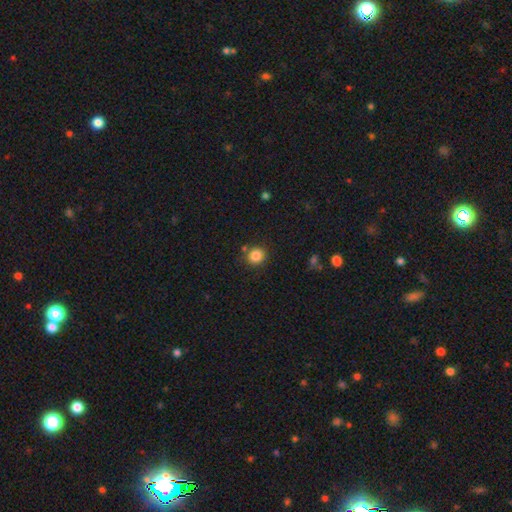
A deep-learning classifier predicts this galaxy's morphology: A smooth galaxy with no disk features (84%) that is round (81%).

Vote fractions:
- Smooth or featured? smooth: 84% / star or artifact: 11% / featured or disk: 5%
- How rounded? round: 81% / in between: 18% / cigar-shaped: 1%
- Merging? none: 82% / minor disturbance: 9% / merger: 6% / major disturbance: 3%